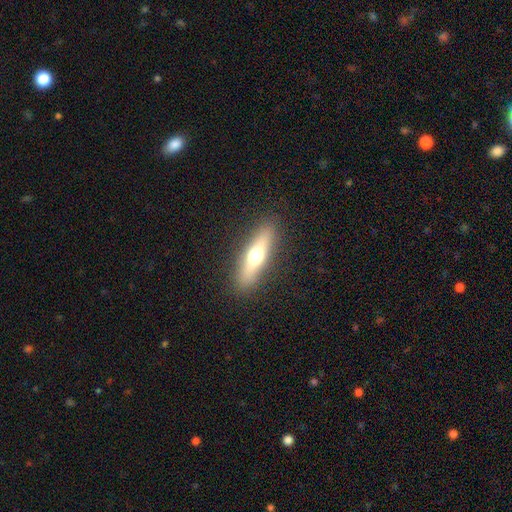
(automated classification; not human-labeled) Morphology: type=featured or disk (47%); merging=none (89%).